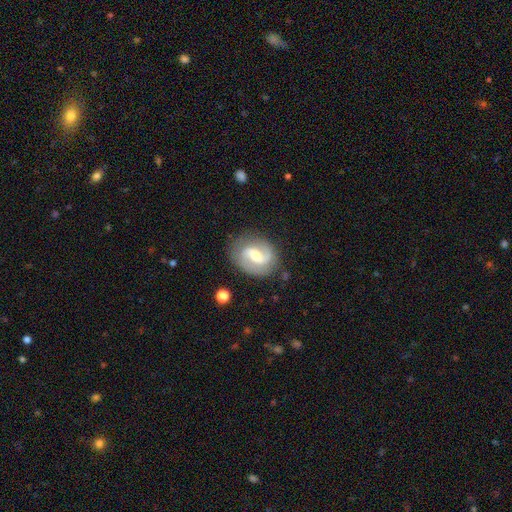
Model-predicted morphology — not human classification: Smooth or featured? featured or disk (82%)
Edge-on disk? no (98%)
Bar? weak (54%)
Spiral arms? yes (95%)
Spiral winding? medium (49%)
Spiral arm count? 2 (89%)
Bulge size? moderate (59%)
Merging? none (80%)